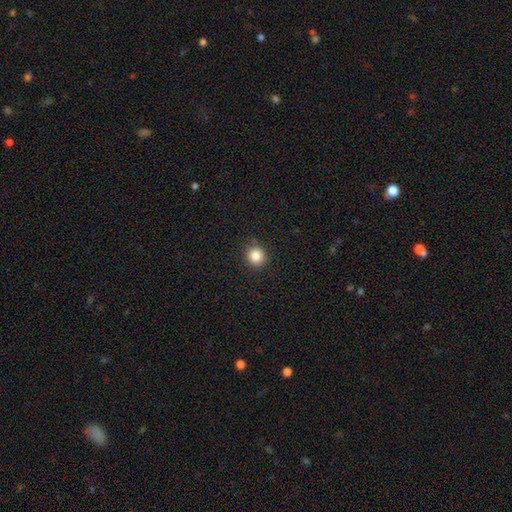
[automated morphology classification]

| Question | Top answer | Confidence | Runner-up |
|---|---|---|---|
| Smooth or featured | smooth | 85% | star or artifact (10%) |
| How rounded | round | 91% | in between (9%) |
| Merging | none | 89% | minor disturbance (7%) |